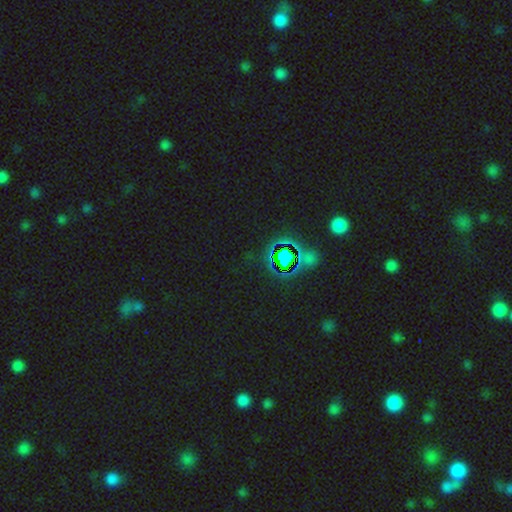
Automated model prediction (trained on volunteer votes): Smooth or featured? Predicted: star or artifact (p=0.74).